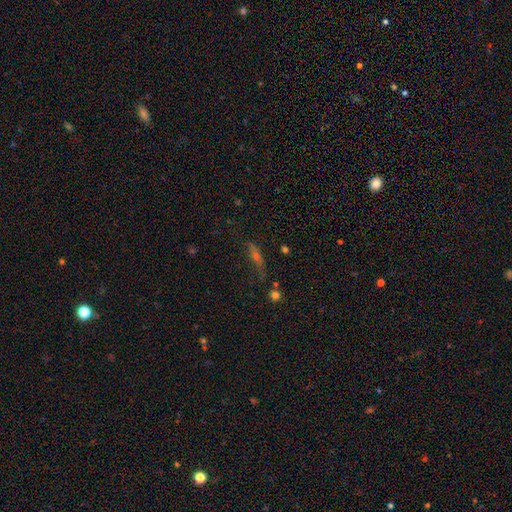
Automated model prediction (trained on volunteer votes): smooth-or-featured: featured or disk: 38% | smooth: 36% | star or artifact: 26%
  merging: none: 56% | minor disturbance: 22% | major disturbance: 16% | merger: 6%